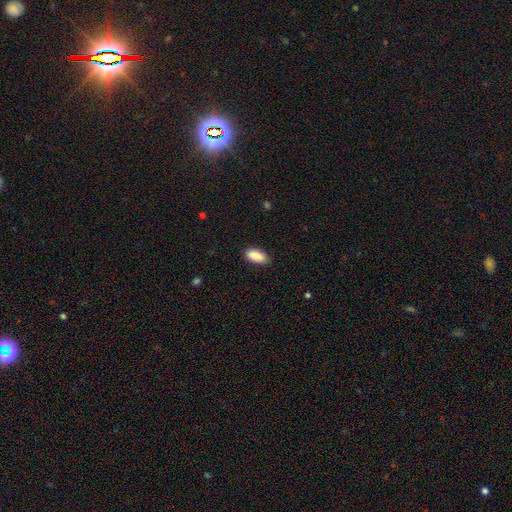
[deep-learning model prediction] Smooth or featured: smooth — 90% (star or artifact — 7%)
How rounded: in between — 90% (cigar-shaped — 8%)
Merging: none — 82% (minor disturbance — 14%)